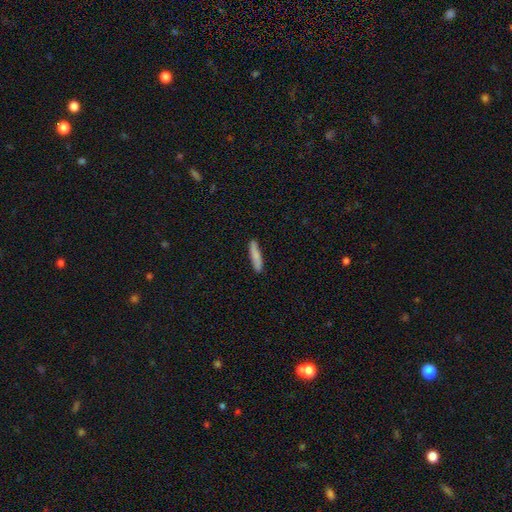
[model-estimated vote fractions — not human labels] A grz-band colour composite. It shows a smooth galaxy with no disk features (79%) that is cigar-shaped (83%). Merging: none (86%).